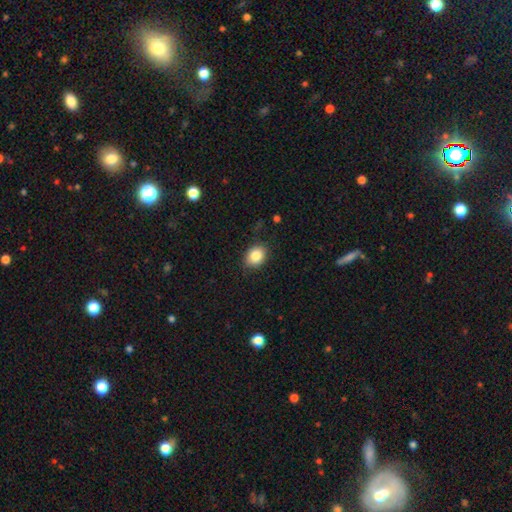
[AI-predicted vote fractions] Q: Smooth or featured?
A: smooth (85%); runner-up: star or artifact (9%)
Q: How rounded?
A: in between (59%); runner-up: round (40%)
Q: Merging?
A: none (82%); runner-up: minor disturbance (14%)